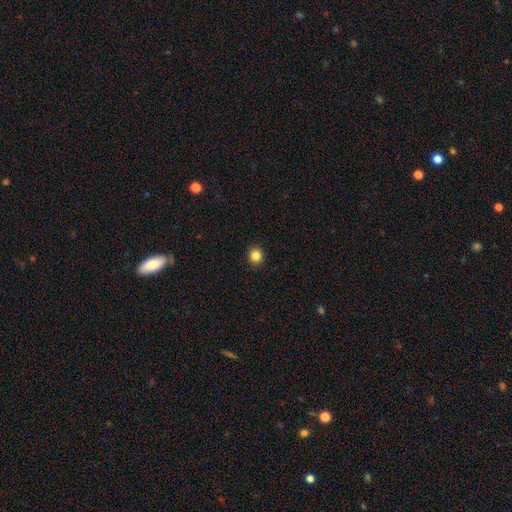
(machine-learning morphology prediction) Smooth or featured? smooth (84%)
How rounded? round (92%)
Merging? none (93%)